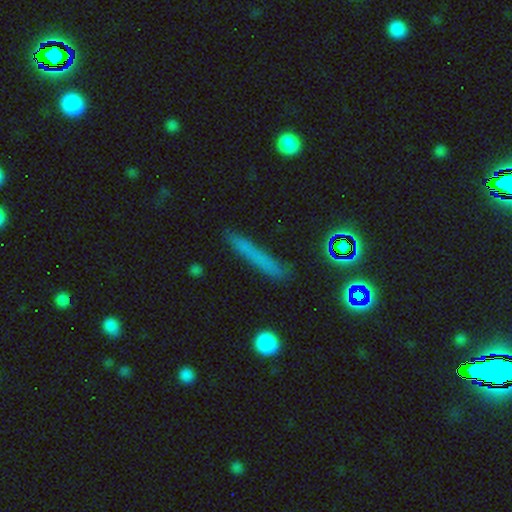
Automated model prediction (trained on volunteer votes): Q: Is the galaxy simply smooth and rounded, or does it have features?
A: smooth — 53%.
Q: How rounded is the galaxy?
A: cigar-shaped — 88%.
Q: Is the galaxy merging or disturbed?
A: none — 82%.